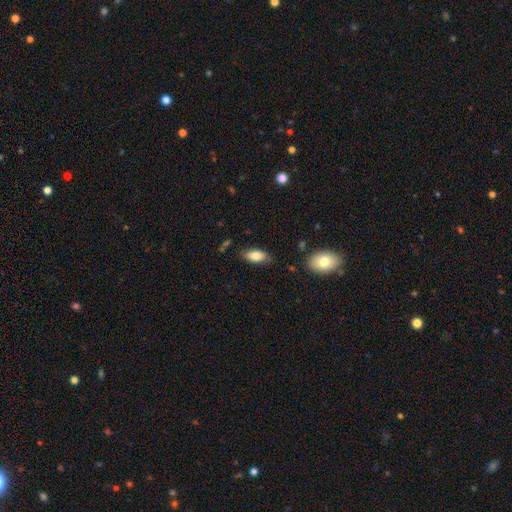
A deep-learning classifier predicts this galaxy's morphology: This appears to be a smooth galaxy with no disk features (80%) that is in between round and cigar-shaped (88%). Merging: none (77%).